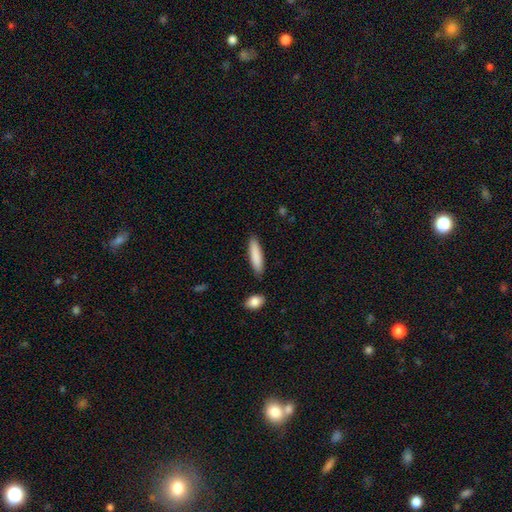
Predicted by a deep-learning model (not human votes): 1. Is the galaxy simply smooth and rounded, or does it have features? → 85% smooth, 9% featured or disk, 6% star or artifact.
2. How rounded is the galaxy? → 77% cigar-shaped, 22% in between, 1% round.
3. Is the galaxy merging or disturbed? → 86% none, 10% minor disturbance, 3% merger, 2% major disturbance.